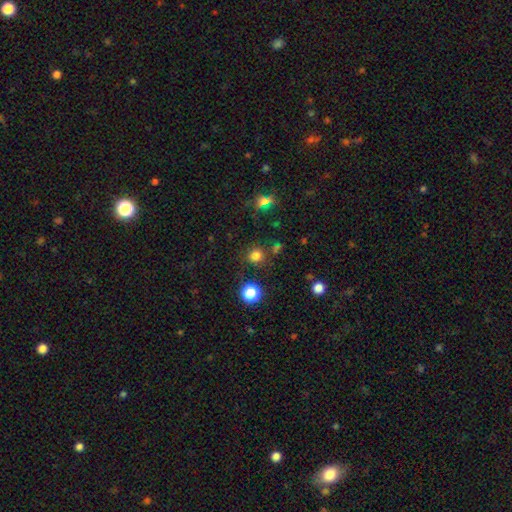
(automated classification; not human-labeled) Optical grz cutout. It shows a smooth galaxy with no disk features (76%) that is round (85%). Merging: none (82%).